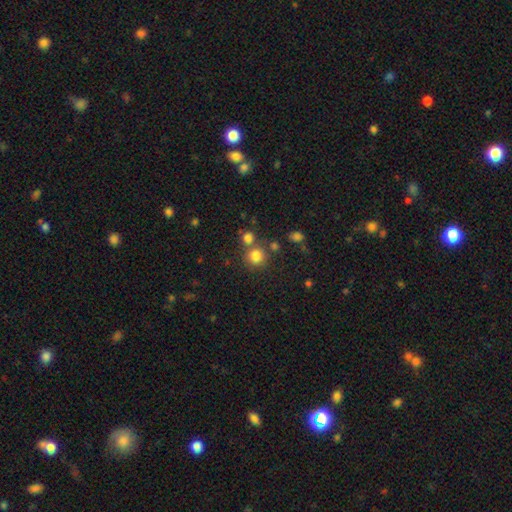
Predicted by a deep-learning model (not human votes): The model was most divided on "merging": none: 70%, merger: 18%, minor disturbance: 8%, major disturbance: 4%. More confident: how rounded — round (90%); smooth or featured — smooth (80%).